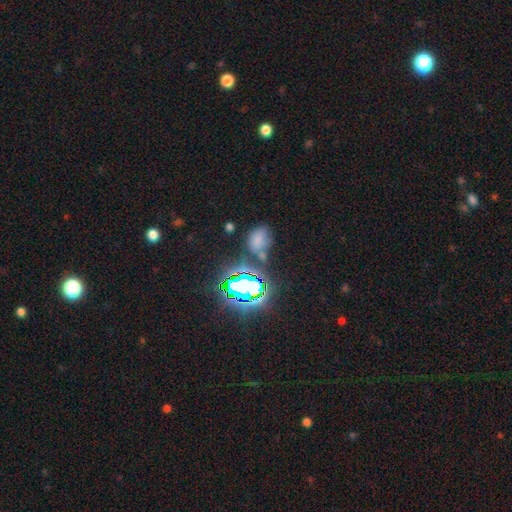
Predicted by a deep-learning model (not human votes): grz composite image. It shows a star or artifact, not a galaxy (75%).